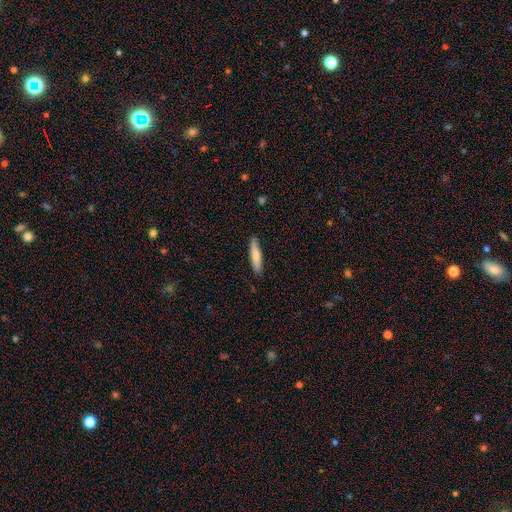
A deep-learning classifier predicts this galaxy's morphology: Smooth or featured: smooth — 75% (featured or disk — 19%)
How rounded: cigar-shaped — 81% (in between — 17%)
Merging: none — 83% (minor disturbance — 13%)